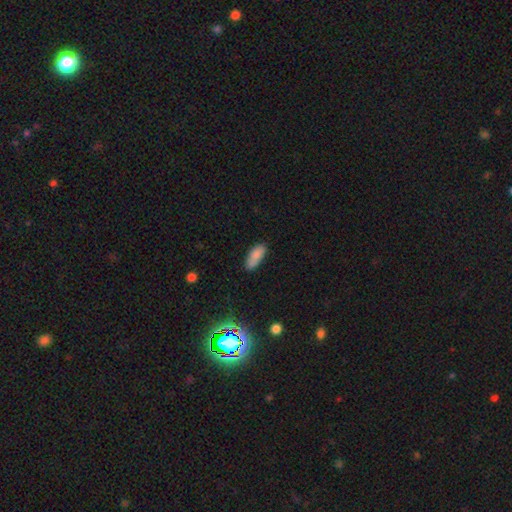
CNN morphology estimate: smooth 84%, star or artifact 9%, featured or disk 8%. Down the decision tree: how rounded — in between (78%); merging — none (75%).